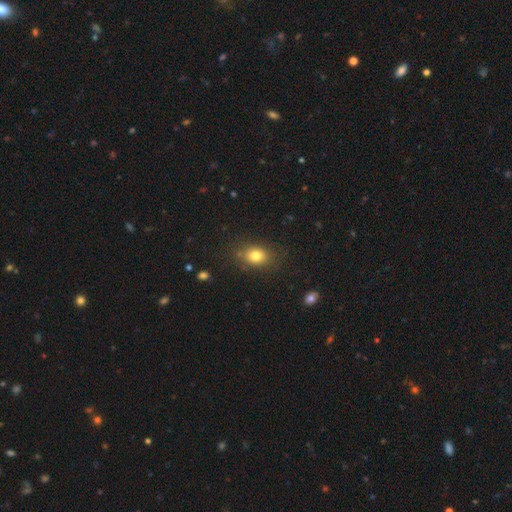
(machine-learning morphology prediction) smooth_or_featured: smooth (p=0.80) [alt: star or artifact p=0.11]
how_rounded: in between (p=0.65) [alt: round p=0.34]
merging: none (p=0.80) [alt: minor disturbance p=0.14]